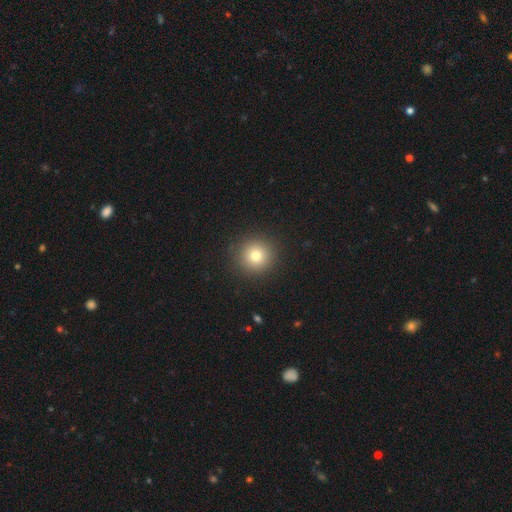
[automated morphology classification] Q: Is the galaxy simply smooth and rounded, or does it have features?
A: smooth — 78%.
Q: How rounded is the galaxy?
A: round — 94%.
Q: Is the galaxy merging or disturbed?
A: none — 91%.